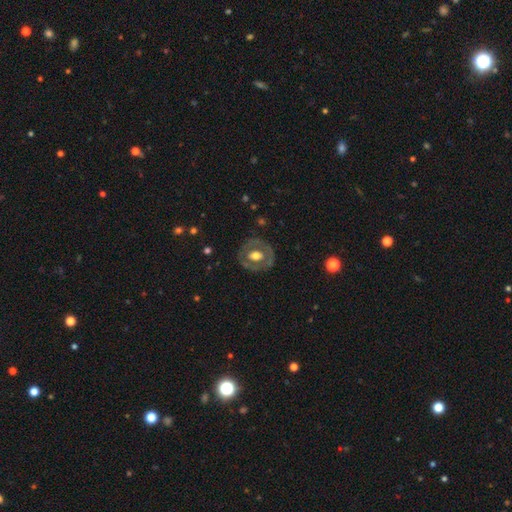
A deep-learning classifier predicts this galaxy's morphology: type=featured or disk (57%); edge-on=no (94%); bar=no (69%); spiral arms=no (86%); bulge=moderate (59%); merging=none (79%).